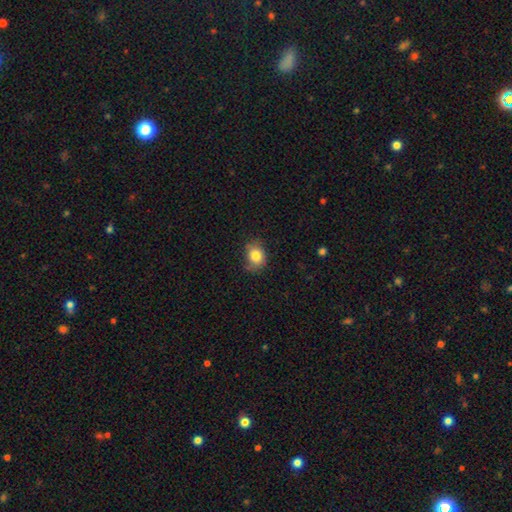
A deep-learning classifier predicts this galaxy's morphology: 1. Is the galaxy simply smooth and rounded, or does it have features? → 82% smooth, 9% star or artifact, 8% featured or disk.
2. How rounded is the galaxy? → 52% in between, 47% round, 1% cigar-shaped.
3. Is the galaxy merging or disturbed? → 66% none, 26% minor disturbance, 6% major disturbance, 2% merger.